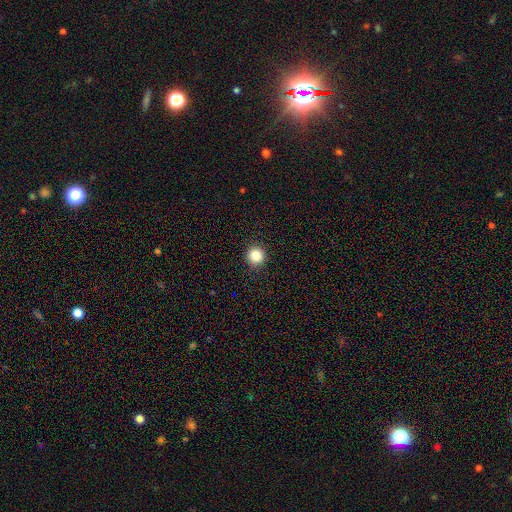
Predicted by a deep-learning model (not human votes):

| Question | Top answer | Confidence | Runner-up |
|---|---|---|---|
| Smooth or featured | smooth | 85% | star or artifact (11%) |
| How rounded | round | 95% | in between (4%) |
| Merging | none | 93% | minor disturbance (5%) |